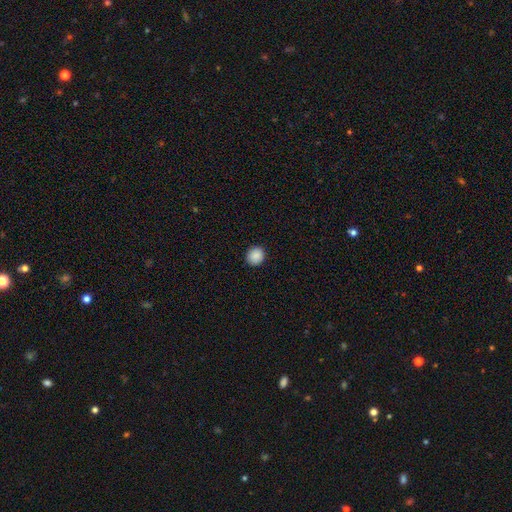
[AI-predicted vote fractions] This appears to be a smooth galaxy with no disk features (89%) that is round (88%). Merging: none (92%).